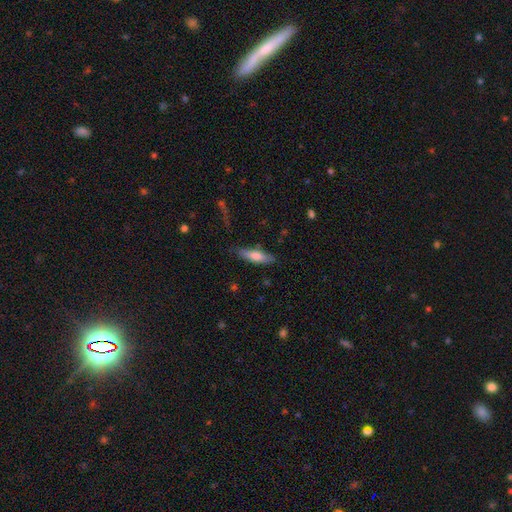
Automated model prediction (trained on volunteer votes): Q: Smooth or featured?
A: smooth (68%); runner-up: featured or disk (25%)
Q: How rounded?
A: cigar-shaped (61%); runner-up: in between (37%)
Q: Merging?
A: none (79%); runner-up: minor disturbance (15%)